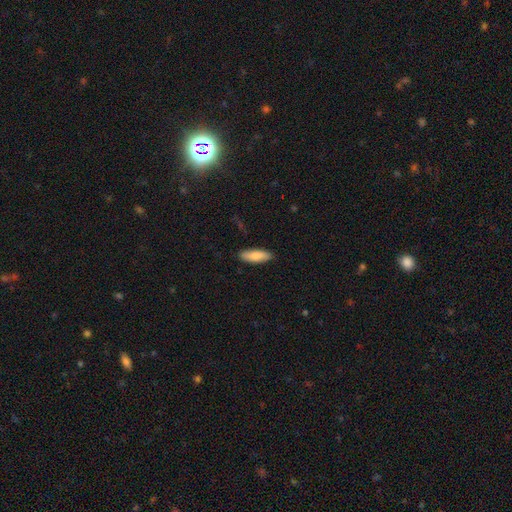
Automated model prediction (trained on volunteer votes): Smooth or featured? smooth (85%)
How rounded? in between (58%)
Merging? none (88%)